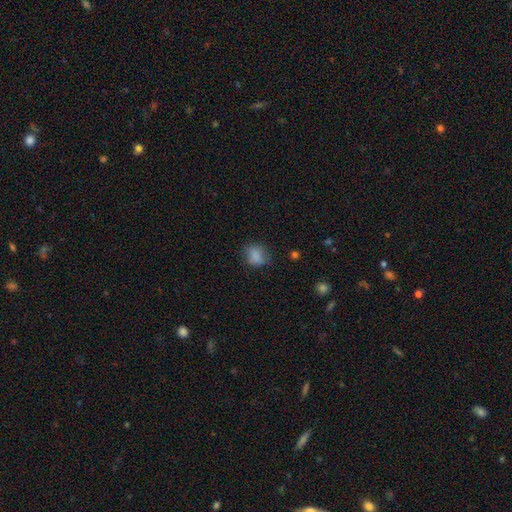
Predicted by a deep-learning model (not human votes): smooth 81%, star or artifact 10%, featured or disk 9%. Down the decision tree: how rounded — round (55%); merging — none (67%).